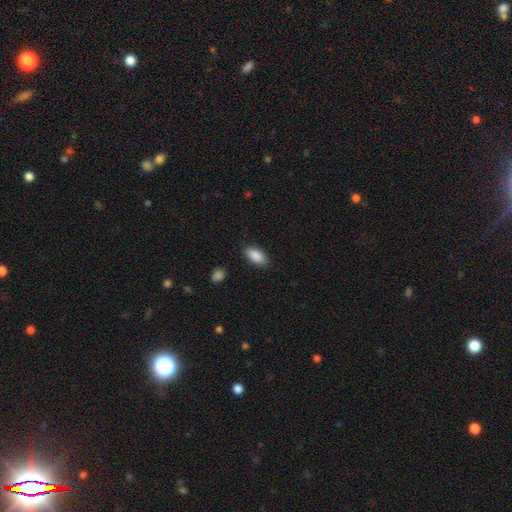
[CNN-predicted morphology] smooth 89%, star or artifact 7%, featured or disk 4%. Down the decision tree: how rounded — in between (93%); merging — none (86%).